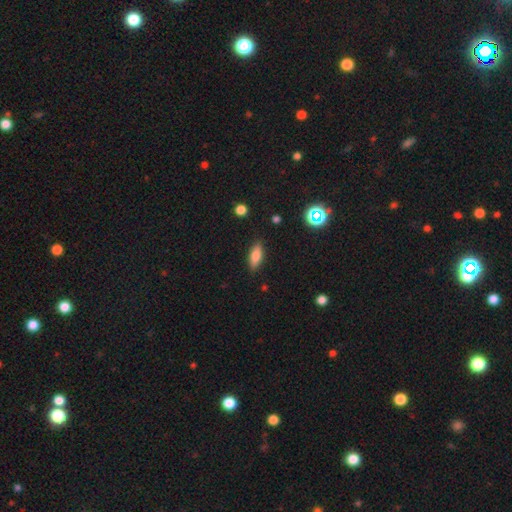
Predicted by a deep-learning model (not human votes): Smooth or featured?
  - smooth: 73% *
  - featured or disk: 18%
  - star or artifact: 9%
How rounded?
  - in between: 69% *
  - cigar-shaped: 28%
  - round: 3%
Merging?
  - none: 86% *
  - minor disturbance: 10%
  - major disturbance: 2%
  - merger: 1%